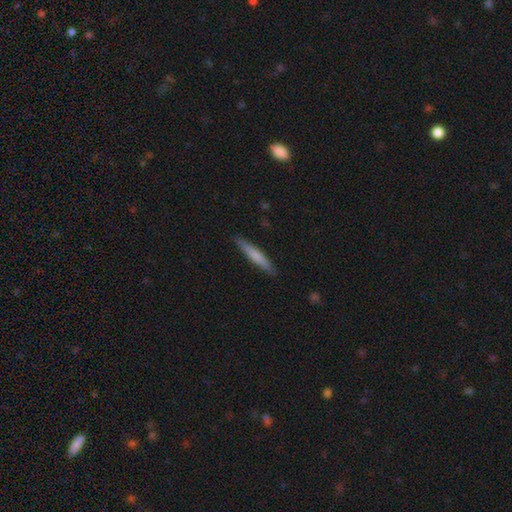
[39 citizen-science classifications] A smooth galaxy with no disk features (74%) that is cigar-shaped (100%).

Vote fractions:
- Smooth or featured? smooth: 74% / featured or disk: 21% / star or artifact: 5%
- How rounded? cigar-shaped: 100% / round: 0% / in between: 0%
- Merging? none: 92% / minor disturbance: 5% / major disturbance: 3% / merger: 0%